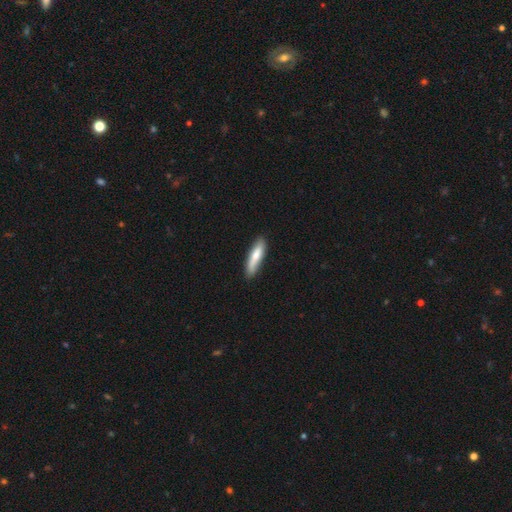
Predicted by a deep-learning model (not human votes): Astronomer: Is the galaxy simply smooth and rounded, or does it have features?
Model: smooth — 72%.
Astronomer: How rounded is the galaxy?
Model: cigar-shaped — 75%.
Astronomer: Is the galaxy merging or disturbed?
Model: none — 80%.